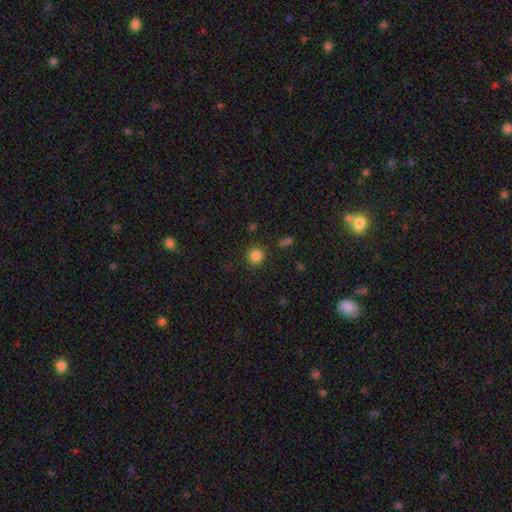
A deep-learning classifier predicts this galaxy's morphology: type=smooth (84%); roundness=round (90%); merging=none (87%).